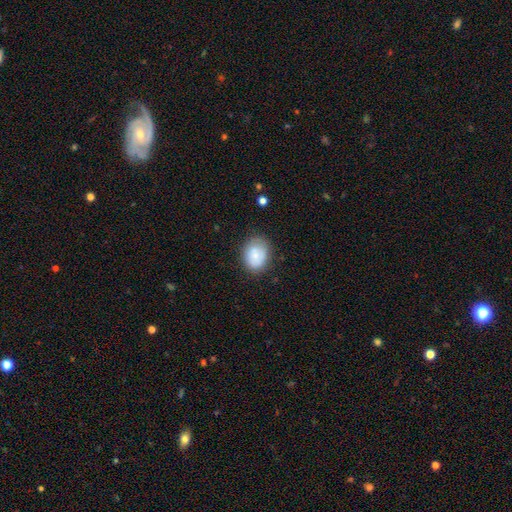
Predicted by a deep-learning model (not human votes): A smooth galaxy with no disk features (76%) that is in between round and cigar-shaped (58%).

Vote fractions:
- Smooth or featured? smooth: 76% / featured or disk: 17% / star or artifact: 8%
- How rounded? in between: 58% / round: 41% / cigar-shaped: 1%
- Merging? none: 75% / minor disturbance: 18% / major disturbance: 5% / merger: 2%